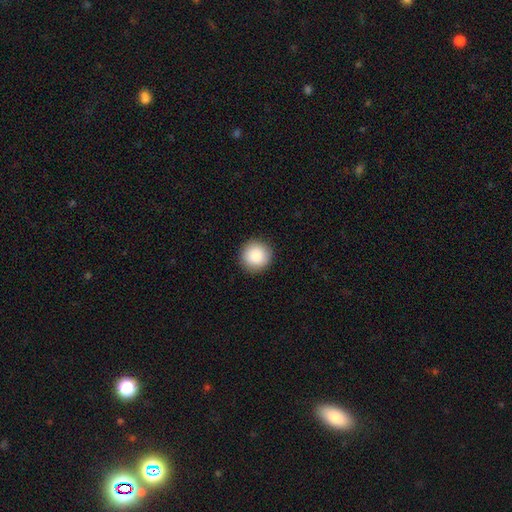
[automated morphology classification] Smooth or featured? smooth (88%)
How rounded? round (95%)
Merging? none (92%)